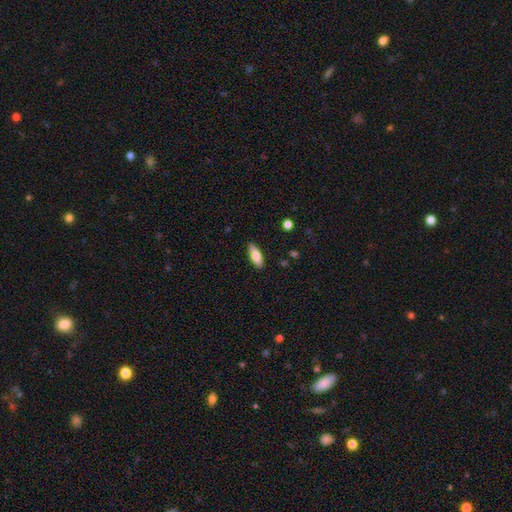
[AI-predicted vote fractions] Q: Smooth or featured?
A: smooth (76%); runner-up: featured or disk (18%)
Q: How rounded?
A: in between (73%); runner-up: cigar-shaped (25%)
Q: Merging?
A: none (88%); runner-up: minor disturbance (10%)